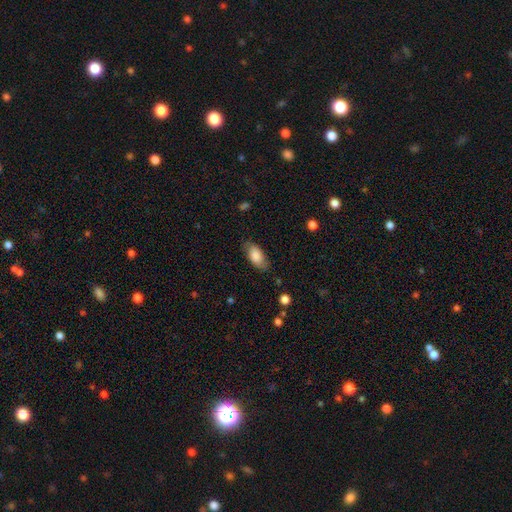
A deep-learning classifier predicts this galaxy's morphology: Smooth or featured? smooth (81%)
How rounded? in between (90%)
Merging? none (78%)